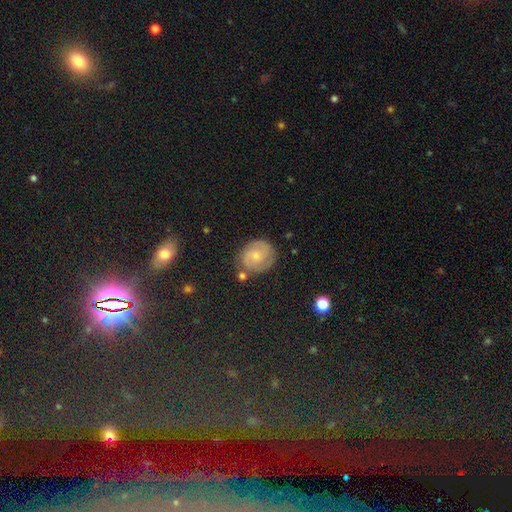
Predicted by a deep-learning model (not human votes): Q: Smooth or featured?
A: featured or disk (53%); runner-up: smooth (38%)
Q: Edge-on disk?
A: no (97%); runner-up: yes (3%)
Q: Bar?
A: no (63%); runner-up: weak (32%)
Q: Spiral arms?
A: yes (83%); runner-up: no (17%)
Q: Bulge size?
A: small (56%); runner-up: moderate (37%)
Q: Merging?
A: none (72%); runner-up: minor disturbance (17%)